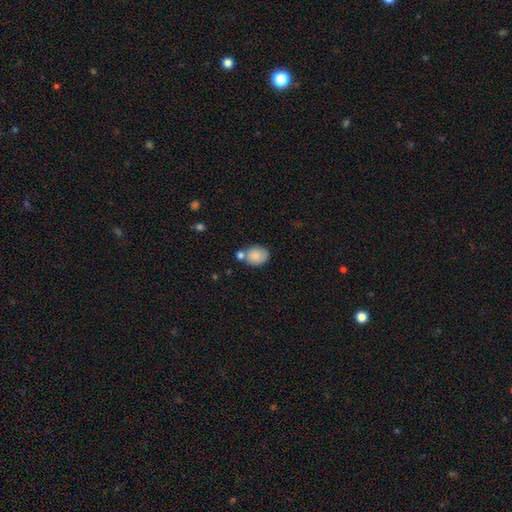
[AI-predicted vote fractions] Smooth or featured?
  - smooth: 85% *
  - star or artifact: 8%
  - featured or disk: 7%
How rounded?
  - in between: 51% *
  - round: 48%
  - cigar-shaped: 1%
Merging?
  - none: 54% *
  - merger: 27%
  - minor disturbance: 15%
  - major disturbance: 4%